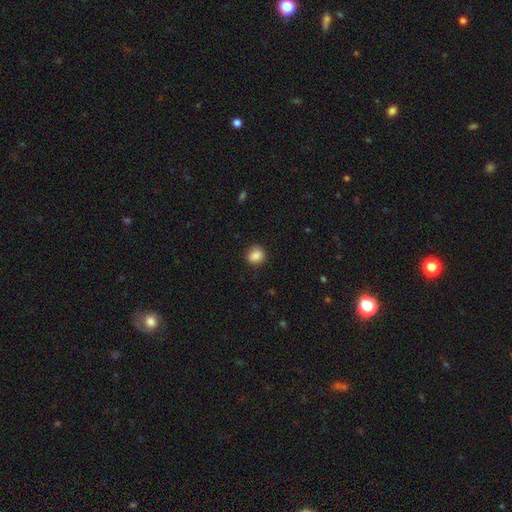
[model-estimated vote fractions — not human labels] Morphology: type=smooth (87%); roundness=round (63%); merging=none (81%).